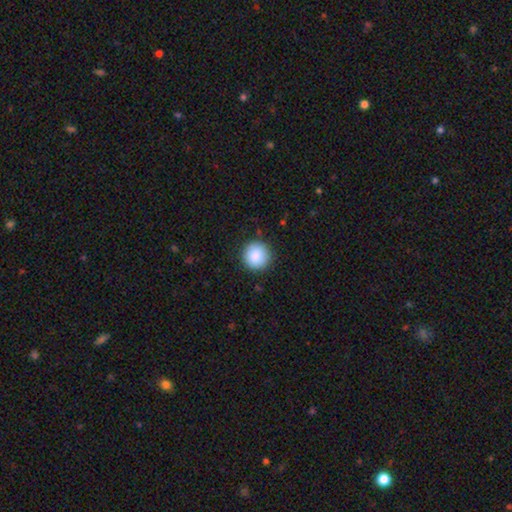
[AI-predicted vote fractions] A smooth galaxy with no disk features (88%) that is round (95%). Merging: none (90%).